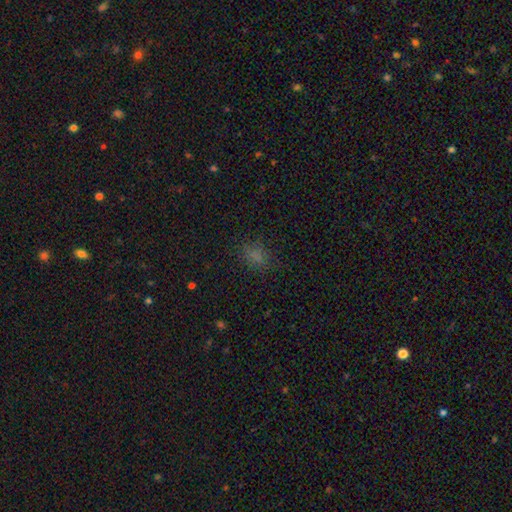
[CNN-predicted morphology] A smooth galaxy with no disk features (70%) that is in between round and cigar-shaped (69%).

Vote fractions:
- Smooth or featured? smooth: 70% / star or artifact: 23% / featured or disk: 7%
- How rounded? in between: 69% / round: 29% / cigar-shaped: 3%
- Merging? none: 74% / minor disturbance: 17% / major disturbance: 8% / merger: 2%